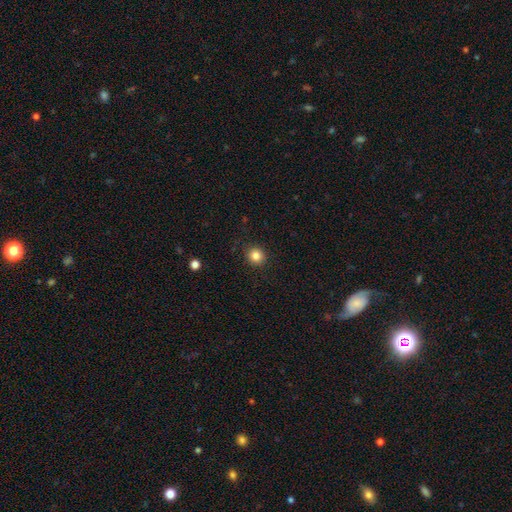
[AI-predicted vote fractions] A smooth galaxy with no disk features (84%) that is round (90%).

Vote fractions:
- Smooth or featured? smooth: 84% / star or artifact: 11% / featured or disk: 4%
- How rounded? round: 90% / in between: 9% / cigar-shaped: 1%
- Merging? none: 91% / minor disturbance: 6% / major disturbance: 2% / merger: 1%